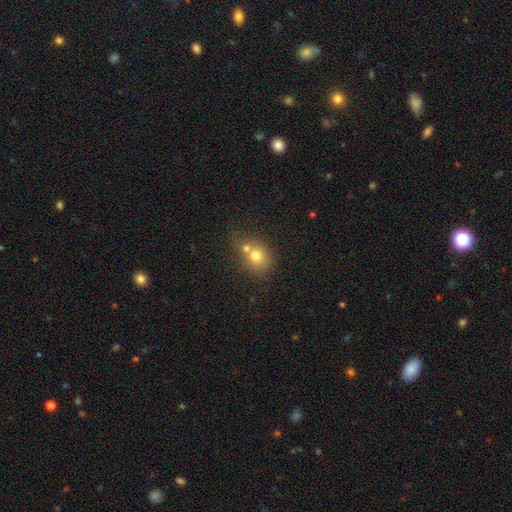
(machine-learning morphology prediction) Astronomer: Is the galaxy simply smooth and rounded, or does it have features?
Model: smooth — 73%.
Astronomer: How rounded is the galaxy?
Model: round — 66%.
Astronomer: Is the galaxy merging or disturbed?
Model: merger — 53% (runner-up: none, 33%).